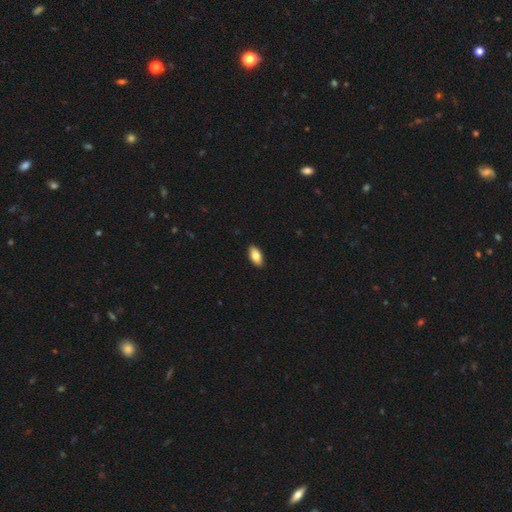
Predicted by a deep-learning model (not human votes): smooth-or-featured: smooth: 83% | featured or disk: 11% | star or artifact: 6%
  how-rounded: in between: 93% | cigar-shaped: 4% | round: 3%
  merging: none: 91% | minor disturbance: 7% | major disturbance: 2% | merger: 1%